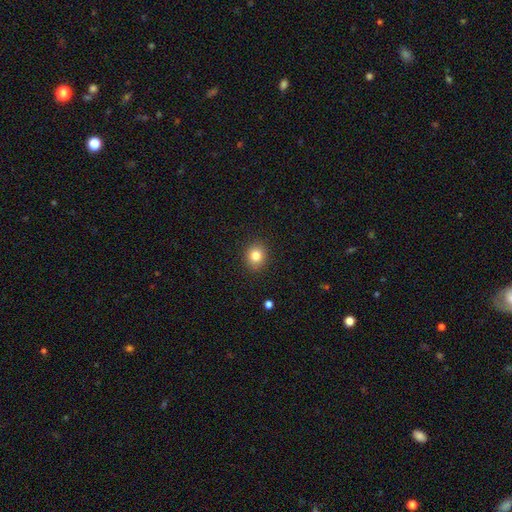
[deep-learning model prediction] Overall: smooth (82%). How rounded: round (72%). Merging: none (90%).